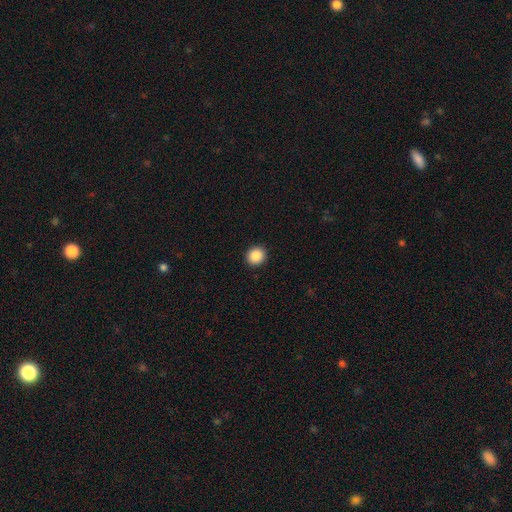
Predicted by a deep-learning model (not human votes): Smooth or featured?
  - smooth: 88% *
  - star or artifact: 9%
  - featured or disk: 3%
How rounded?
  - round: 86% *
  - in between: 13%
  - cigar-shaped: 1%
Merging?
  - none: 93% *
  - minor disturbance: 5%
  - major disturbance: 2%
  - merger: 1%